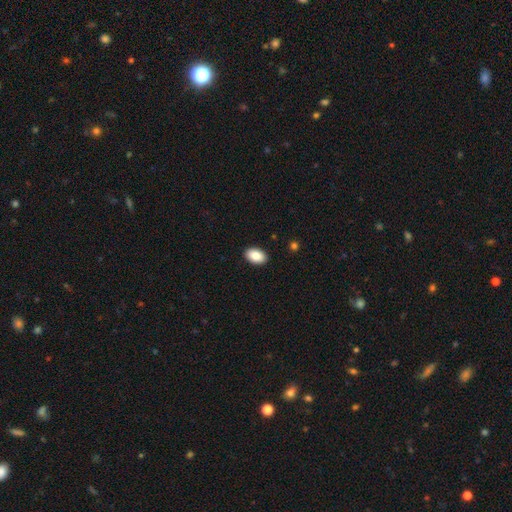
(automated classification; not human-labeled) smooth-or-featured: smooth: 86% | featured or disk: 7% | star or artifact: 7%
  how-rounded: in between: 91% | round: 8% | cigar-shaped: 1%
  merging: none: 91% | minor disturbance: 7% | major disturbance: 2% | merger: 1%